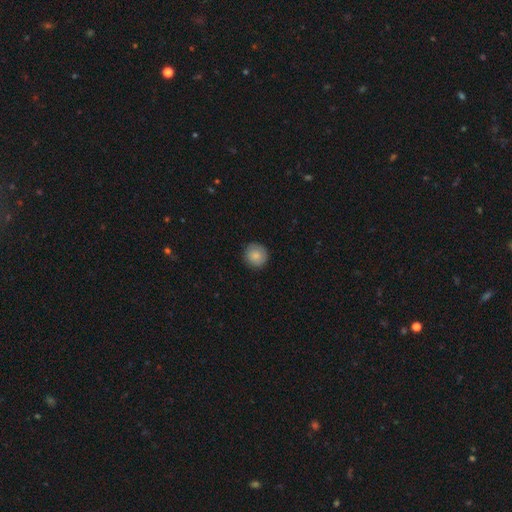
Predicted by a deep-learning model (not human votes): This appears to be a smooth galaxy with no disk features (85%) that is round (93%). Merging: none (89%).